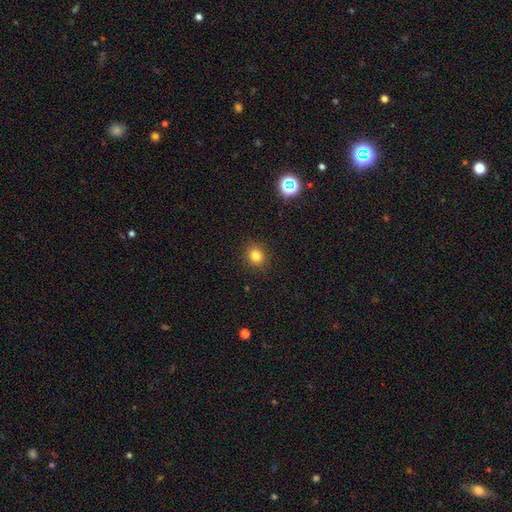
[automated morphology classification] Smooth or featured? smooth (81%)
How rounded? round (78%)
Merging? none (90%)